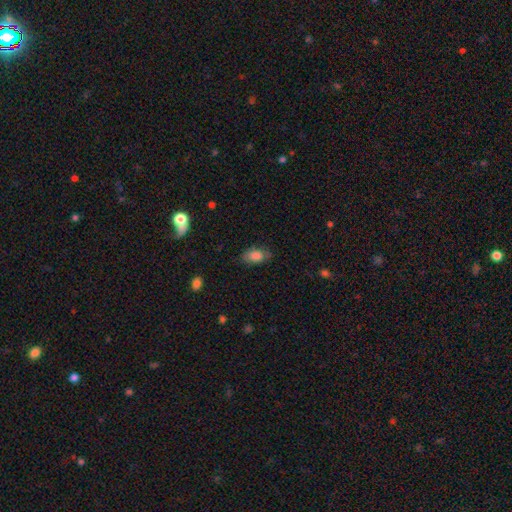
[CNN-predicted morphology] Smooth or featured? smooth (81%)
How rounded? in between (90%)
Merging? none (75%)